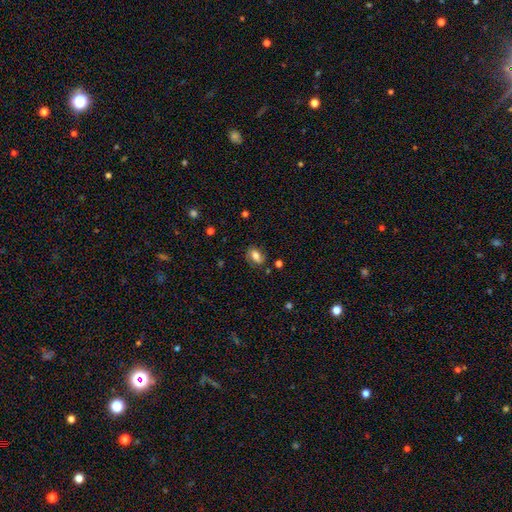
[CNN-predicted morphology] This appears to be a smooth galaxy with no disk features (53%) that is in between round and cigar-shaped (79%). Merging: none (70%).